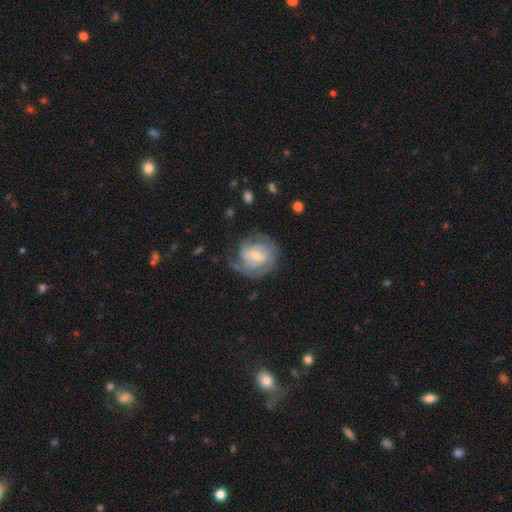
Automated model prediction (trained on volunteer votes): Smooth or featured?
  - featured or disk: 70% *
  - smooth: 23%
  - star or artifact: 6%
Edge-on disk?
  - no: 97% *
  - yes: 3%
Bar?
  - weak: 50% *
  - no: 38%
  - strong: 12%
Spiral arms?
  - yes: 83% *
  - no: 17%
Spiral winding?
  - tight: 56% *
  - medium: 32%
  - loose: 12%
Spiral arm count?
  - can't tell: 40% *
  - 2: 33%
  - 3: 12%
  - 1: 8%
  - 4: 4%
  - more than 4: 3%
Bulge size?
  - small: 47% *
  - moderate: 46%
  - large: 3%
  - none: 2%
  - dominant: 1%
Merging?
  - none: 59% *
  - minor disturbance: 23%
  - major disturbance: 16%
  - merger: 2%